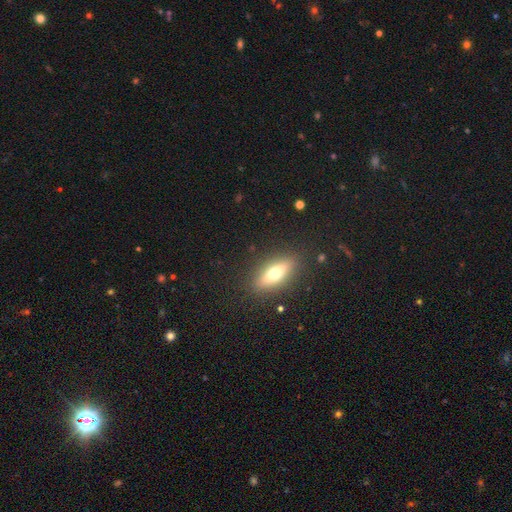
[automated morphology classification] Smooth or featured? smooth (54%)
How rounded? in between (68%)
Merging? none (88%)